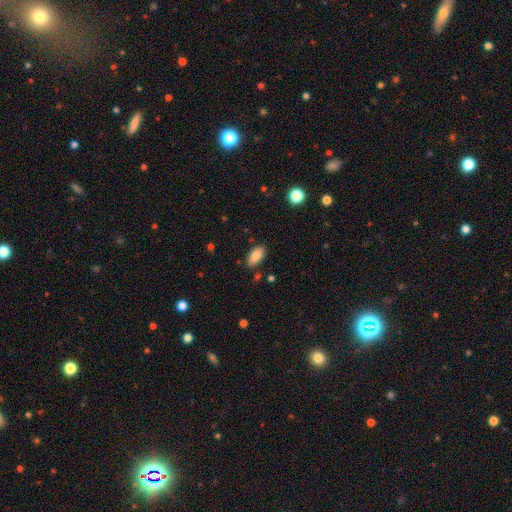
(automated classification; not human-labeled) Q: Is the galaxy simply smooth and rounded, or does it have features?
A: smooth — 84%.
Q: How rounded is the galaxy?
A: in between — 92%.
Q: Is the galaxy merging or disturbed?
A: none — 86%.